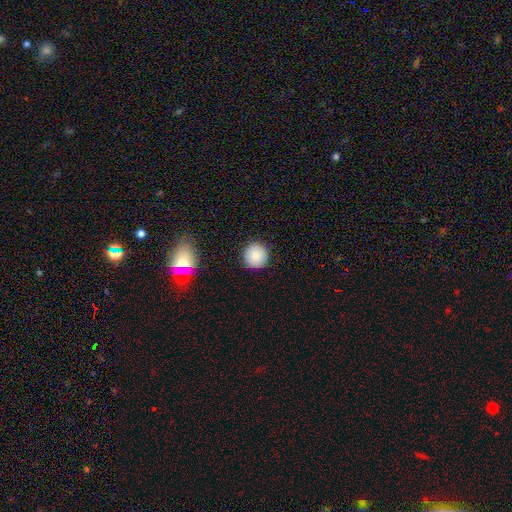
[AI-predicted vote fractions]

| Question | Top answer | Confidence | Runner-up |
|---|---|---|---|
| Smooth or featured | smooth | 83% | star or artifact (9%) |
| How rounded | round | 95% | in between (4%) |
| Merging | none | 91% | minor disturbance (6%) |